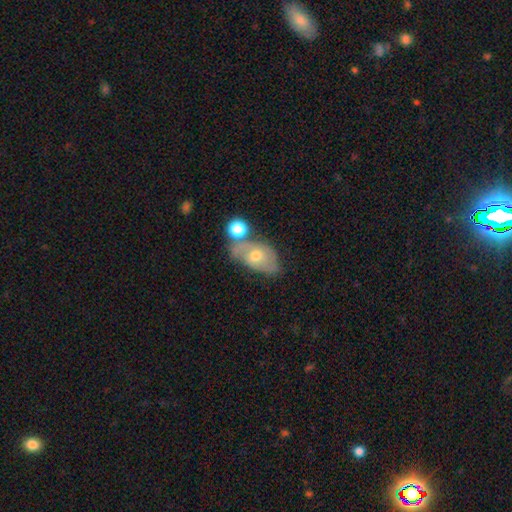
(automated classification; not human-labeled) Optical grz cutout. It shows a featured or disk galaxy (48%). Merging: none (41%).